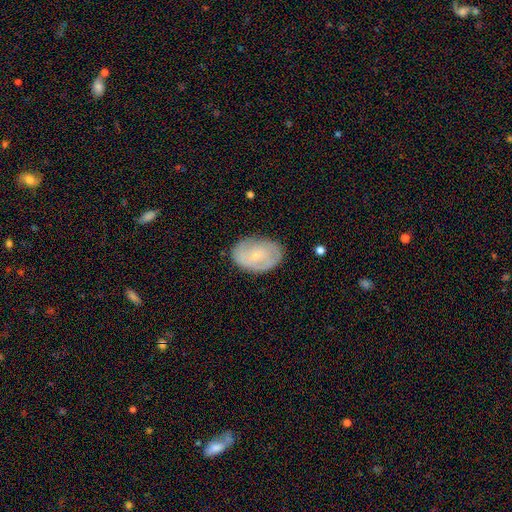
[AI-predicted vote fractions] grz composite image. It shows a featured or disk galaxy (48%). Merging: none (77%).